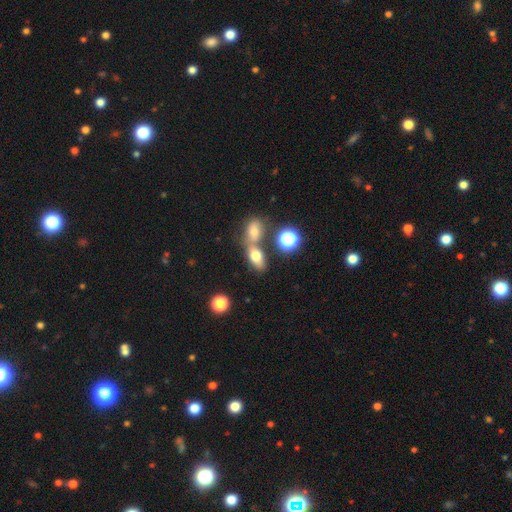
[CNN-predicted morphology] The model was most divided on "merging": none: 47%, merger: 39%, minor disturbance: 10%, major disturbance: 4%. More confident: how rounded — in between (77%); smooth or featured — smooth (69%).